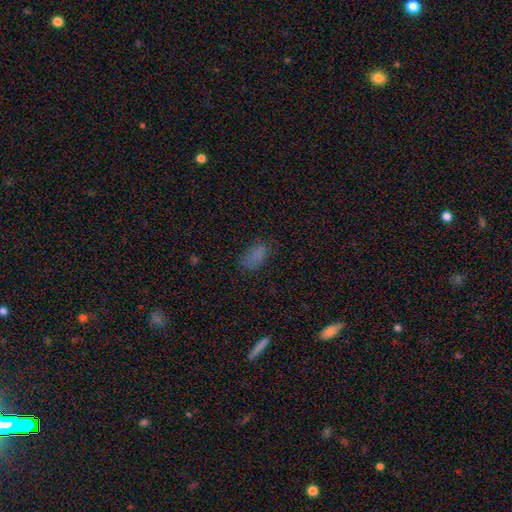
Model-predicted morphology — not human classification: Smooth or featured?
  - smooth: 76% *
  - star or artifact: 16%
  - featured or disk: 8%
How rounded?
  - in between: 90% *
  - round: 6%
  - cigar-shaped: 4%
Merging?
  - none: 67% *
  - minor disturbance: 22%
  - major disturbance: 9%
  - merger: 2%